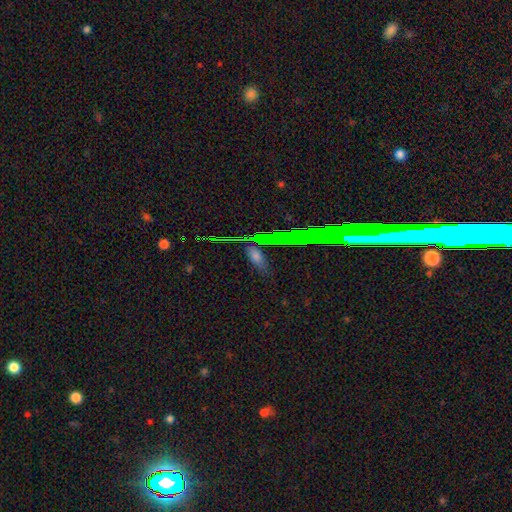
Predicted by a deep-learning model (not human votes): A smooth galaxy with no disk features (53%) that is in between round and cigar-shaped (67%).

Vote fractions:
- Smooth or featured? smooth: 53% / star or artifact: 31% / featured or disk: 16%
- How rounded? in between: 67% / cigar-shaped: 23% / round: 10%
- Merging? none: 76% / minor disturbance: 16% / major disturbance: 5% / merger: 3%